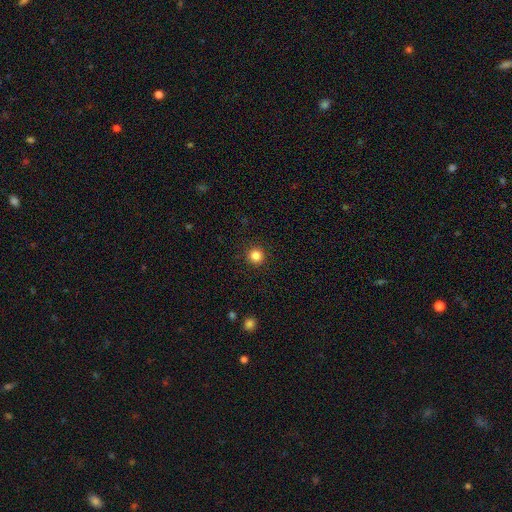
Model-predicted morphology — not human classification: This appears to be a smooth galaxy with no disk features (85%) that is round (96%). Merging: none (93%).